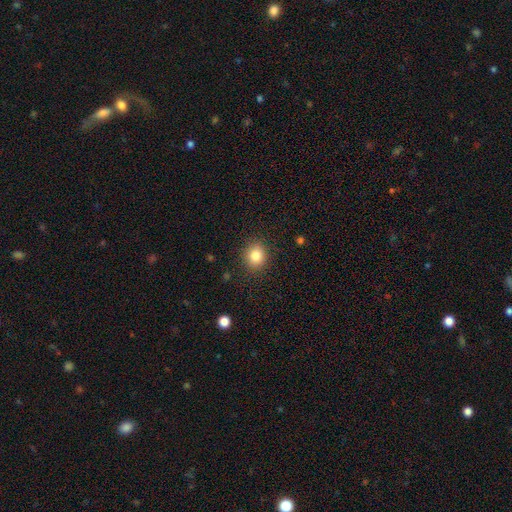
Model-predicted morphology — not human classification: Q: Smooth or featured?
A: smooth (83%); runner-up: star or artifact (11%)
Q: How rounded?
A: round (80%); runner-up: in between (20%)
Q: Merging?
A: none (89%); runner-up: minor disturbance (8%)